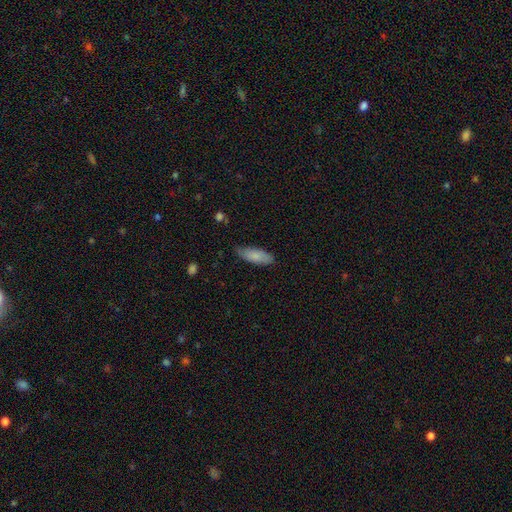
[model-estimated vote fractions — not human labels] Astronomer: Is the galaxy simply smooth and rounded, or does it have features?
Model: smooth — 82%.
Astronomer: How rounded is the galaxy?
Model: in between — 71%.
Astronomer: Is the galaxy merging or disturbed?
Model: none — 77%.